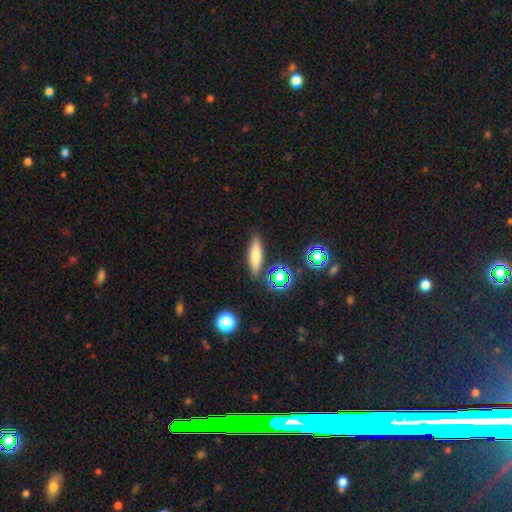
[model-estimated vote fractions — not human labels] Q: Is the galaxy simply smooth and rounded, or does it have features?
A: smooth — 70%.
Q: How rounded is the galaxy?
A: cigar-shaped — 66%.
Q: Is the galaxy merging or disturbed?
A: none — 83%.